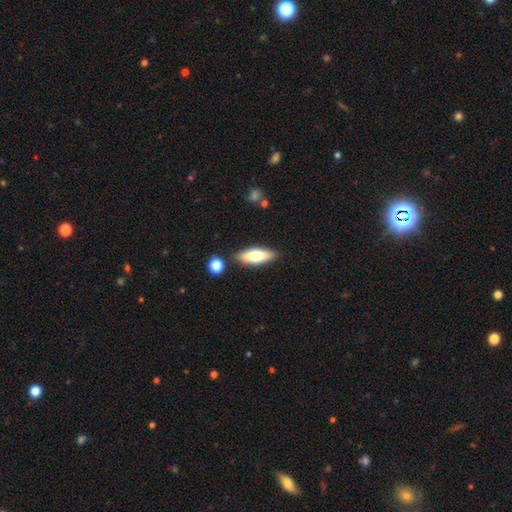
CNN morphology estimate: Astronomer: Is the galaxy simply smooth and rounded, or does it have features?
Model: smooth — 72%.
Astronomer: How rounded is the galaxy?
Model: in between — 61% (runner-up: cigar-shaped, 37%).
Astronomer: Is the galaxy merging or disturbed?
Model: none — 83%.